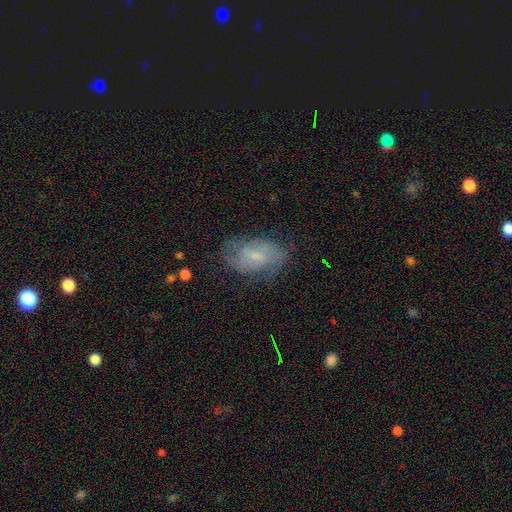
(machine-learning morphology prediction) This is possibly a featured or disk galaxy (55%). It is clearly not viewed edge-on (95%). Bar: possibly no (50%). Spiral arm pattern: likely yes (79%). Central bulge: possibly small (56%). Merging: likely none (65%).